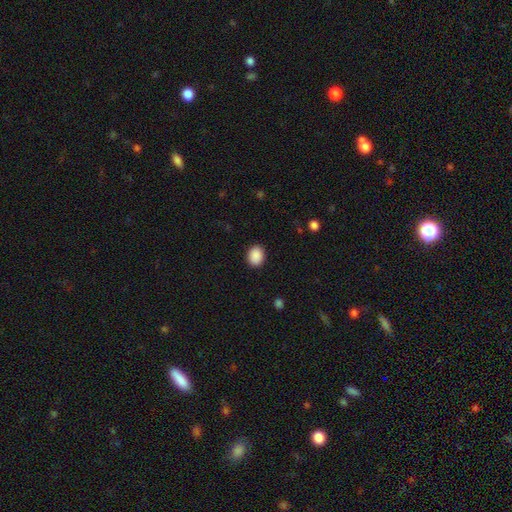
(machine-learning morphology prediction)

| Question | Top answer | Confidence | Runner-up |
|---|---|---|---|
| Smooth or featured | smooth | 90% | star or artifact (8%) |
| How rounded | in between | 52% | round (48%) |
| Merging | none | 90% | minor disturbance (7%) |